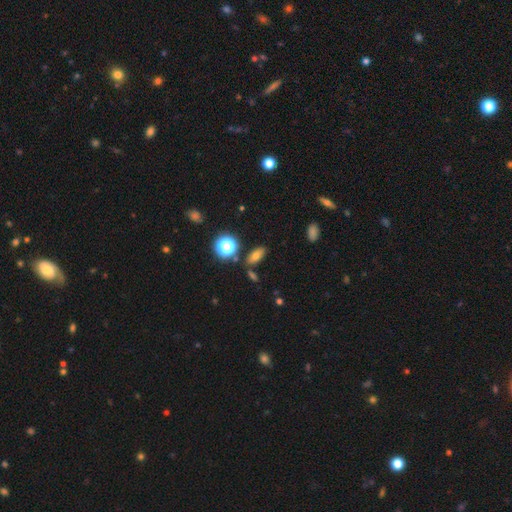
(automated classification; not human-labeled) Smooth or featured? smooth (67%)
How rounded? in between (74%)
Merging? none (80%)